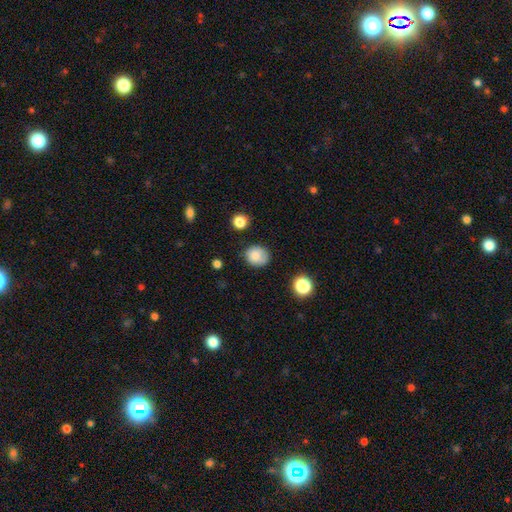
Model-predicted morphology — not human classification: type=smooth (82%); roundness=round (77%); merging=none (75%).